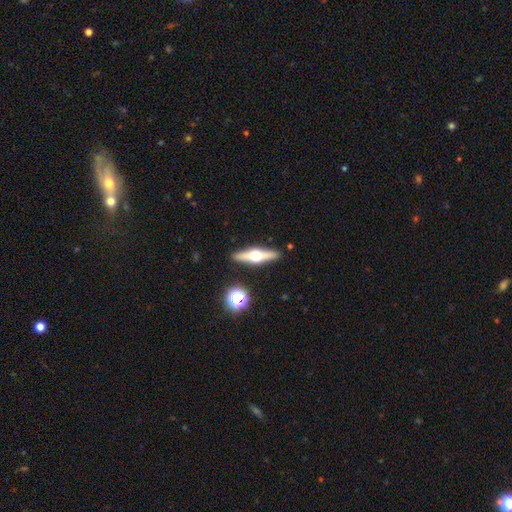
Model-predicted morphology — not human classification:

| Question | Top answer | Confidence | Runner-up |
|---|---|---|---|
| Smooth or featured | featured or disk | 66% | smooth (27%) |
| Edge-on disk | yes | 95% | no (5%) |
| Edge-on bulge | rounded | 96% | boxy (3%) |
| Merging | none | 90% | minor disturbance (6%) |